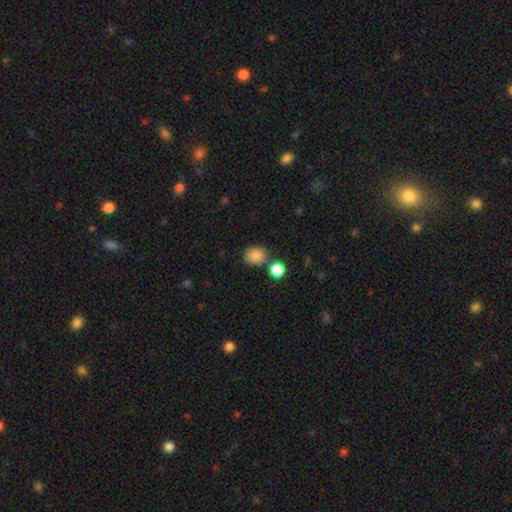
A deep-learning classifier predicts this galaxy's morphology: smooth-or-featured: smooth: 86% | star or artifact: 10% | featured or disk: 5%
  how-rounded: round: 74% | in between: 25% | cigar-shaped: 1%
  merging: none: 74% | minor disturbance: 12% | merger: 11% | major disturbance: 3%